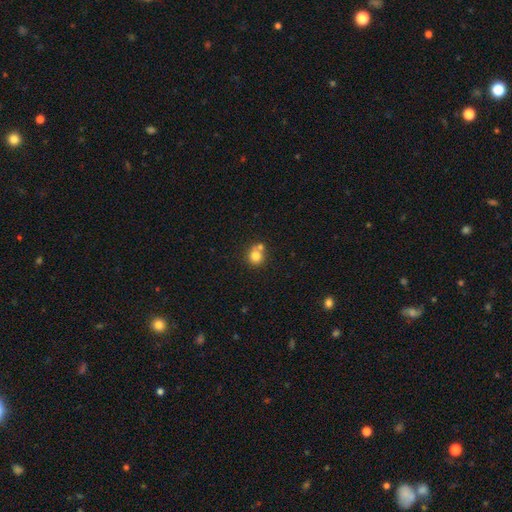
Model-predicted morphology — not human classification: The model was most divided on "merging": none: 54%, merger: 34%, minor disturbance: 9%, major disturbance: 3%. More confident: how rounded — round (88%); smooth or featured — smooth (78%).